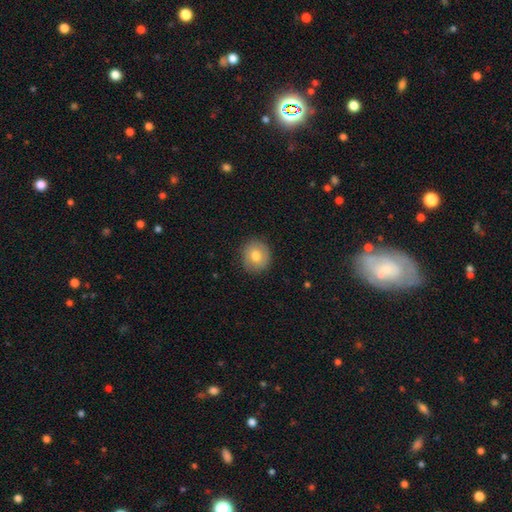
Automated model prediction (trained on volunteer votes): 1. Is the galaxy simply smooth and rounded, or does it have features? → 74% smooth, 17% featured or disk, 8% star or artifact.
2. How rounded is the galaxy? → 83% round, 16% in between, 1% cigar-shaped.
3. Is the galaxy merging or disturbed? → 86% none, 11% minor disturbance, 2% major disturbance, 1% merger.